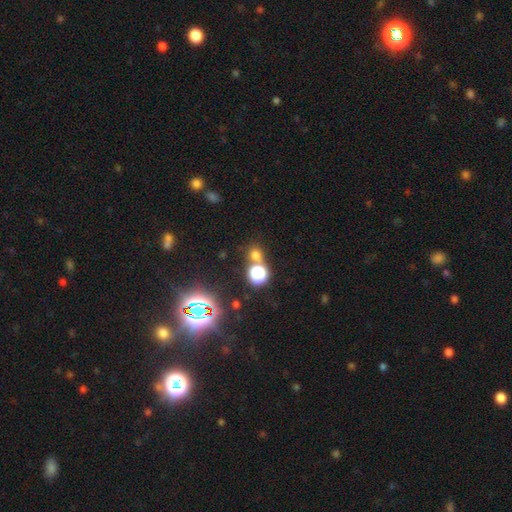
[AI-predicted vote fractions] Smooth or featured? Predicted: smooth (p=0.60). How rounded? Predicted: round (p=0.81). Merging? Predicted: none (p=0.65).